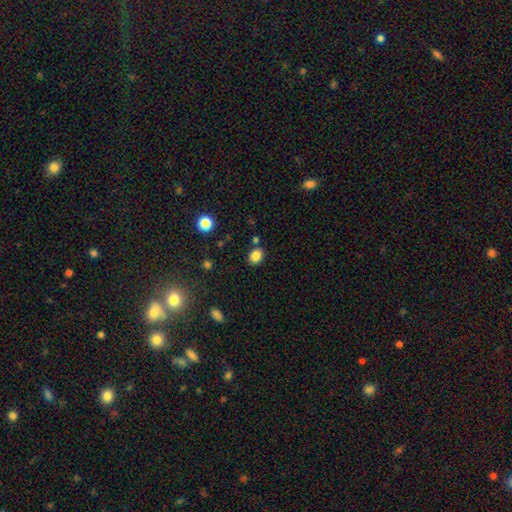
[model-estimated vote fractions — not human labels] Smooth or featured: smooth — 84% (star or artifact — 11%)
How rounded: round — 55% (in between — 45%)
Merging: none — 80% (minor disturbance — 10%)